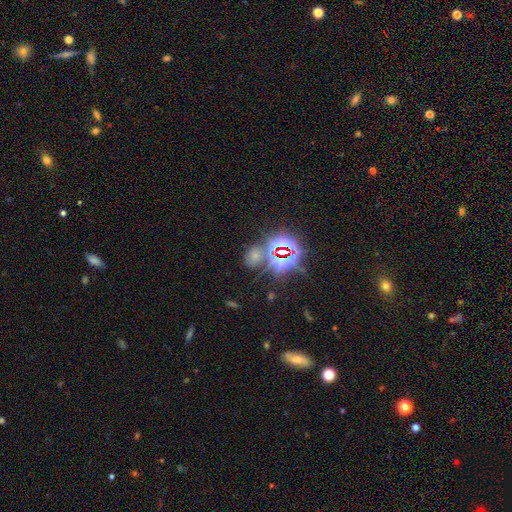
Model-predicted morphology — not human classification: smooth-or-featured: star or artifact: 55% | smooth: 35% | featured or disk: 10%